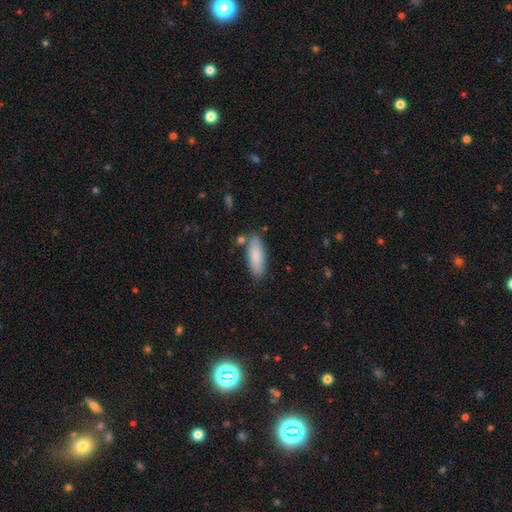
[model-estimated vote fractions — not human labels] The model was most divided on "how rounded": in between: 64%, cigar-shaped: 35%, round: 2%. More confident: smooth or featured — smooth (85%); merging — none (81%).